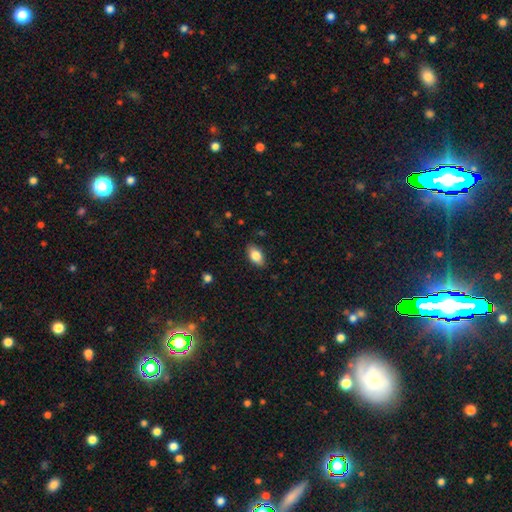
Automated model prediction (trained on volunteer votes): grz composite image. It shows a smooth galaxy with no disk features (82%) that is in between round and cigar-shaped (91%). Merging: none (85%).